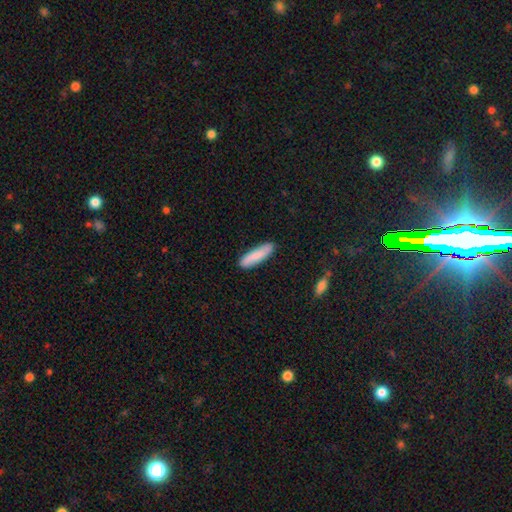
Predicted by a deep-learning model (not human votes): smooth 80%, featured or disk 14%, star or artifact 5%. Down the decision tree: how rounded — cigar-shaped (71%); merging — none (87%).